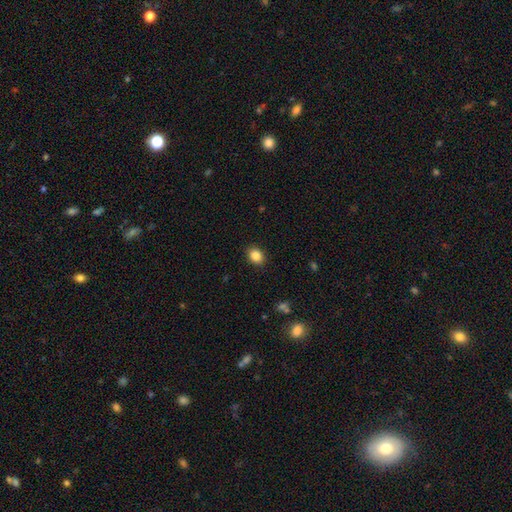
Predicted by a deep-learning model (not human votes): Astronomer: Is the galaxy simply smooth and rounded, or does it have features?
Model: smooth — 86%.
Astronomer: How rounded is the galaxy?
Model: round — 50% (runner-up: in between, 49%).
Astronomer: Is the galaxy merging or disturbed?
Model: none — 90%.